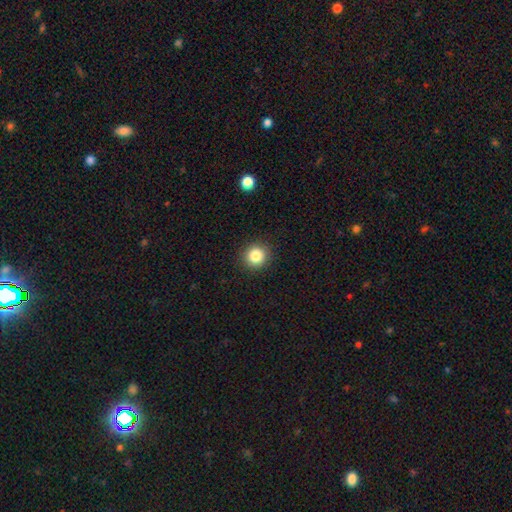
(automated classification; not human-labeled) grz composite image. It shows a smooth galaxy with no disk features (85%) that is round (92%). Merging: none (92%).